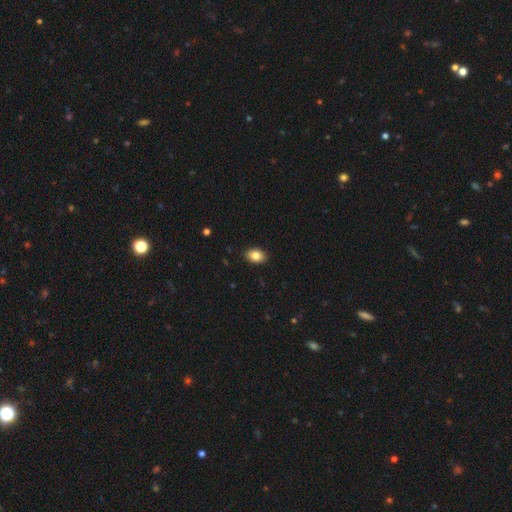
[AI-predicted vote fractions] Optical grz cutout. It shows a smooth galaxy with no disk features (84%) that is in between round and cigar-shaped (81%). Merging: none (89%).